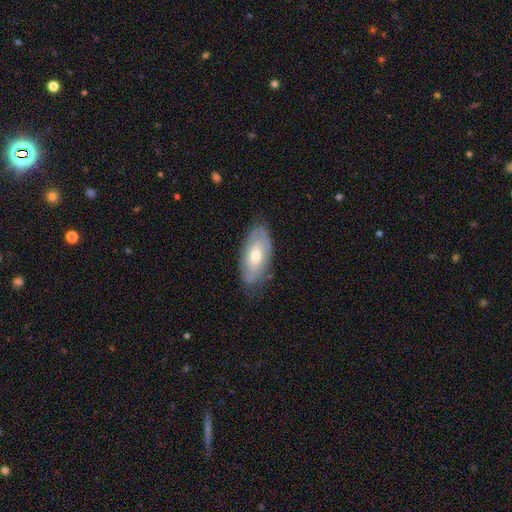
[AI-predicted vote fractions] This appears to be a featured or disk galaxy (57%). Merging: none (75%).